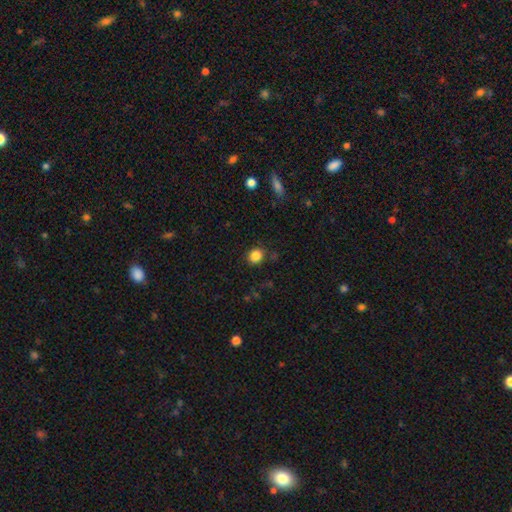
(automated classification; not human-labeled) This appears to be a smooth galaxy with no disk features (85%) that is round (77%). Merging: none (85%).